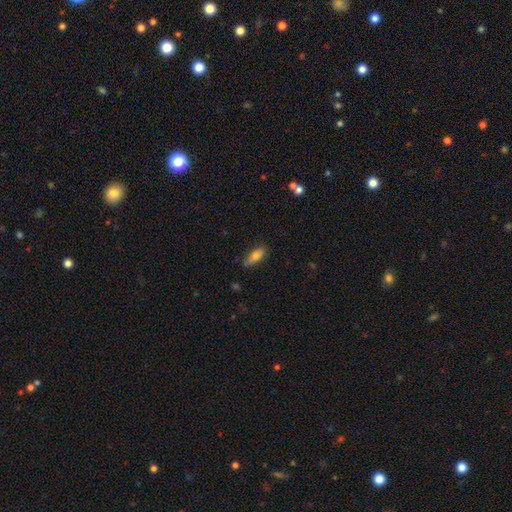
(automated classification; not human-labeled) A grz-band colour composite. It shows a smooth galaxy with no disk features (76%) that is in between round and cigar-shaped (74%). Merging: none (76%).